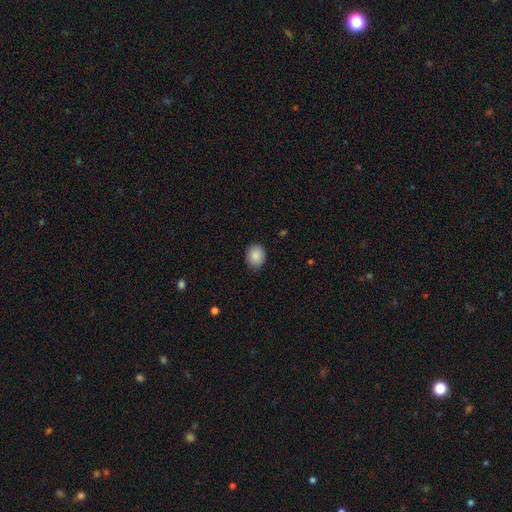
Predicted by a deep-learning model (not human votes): Smooth or featured?
  - smooth: 87% *
  - star or artifact: 8%
  - featured or disk: 5%
How rounded?
  - round: 55% *
  - in between: 44%
  - cigar-shaped: 1%
Merging?
  - none: 86% *
  - minor disturbance: 11%
  - major disturbance: 2%
  - merger: 1%